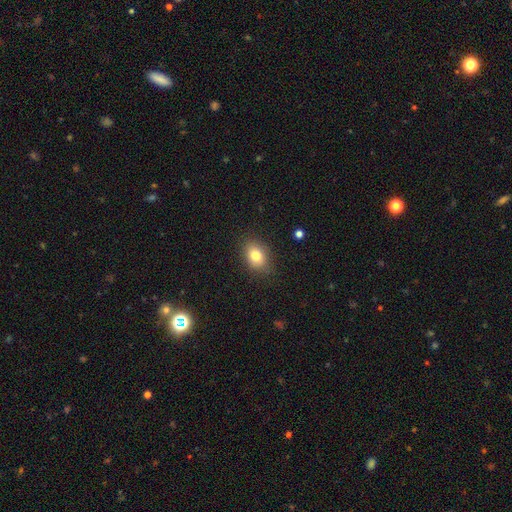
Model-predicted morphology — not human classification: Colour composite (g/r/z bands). It shows a smooth galaxy with no disk features (80%) that is in between round and cigar-shaped (69%). Merging: none (84%).